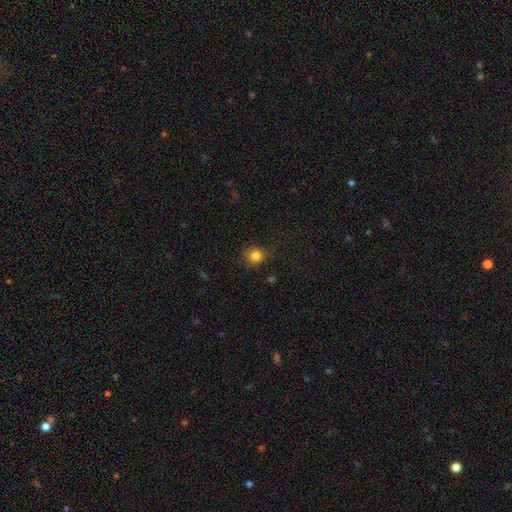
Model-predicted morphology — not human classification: This appears to be a smooth galaxy with no disk features (83%) that is round (90%). Merging: none (83%).